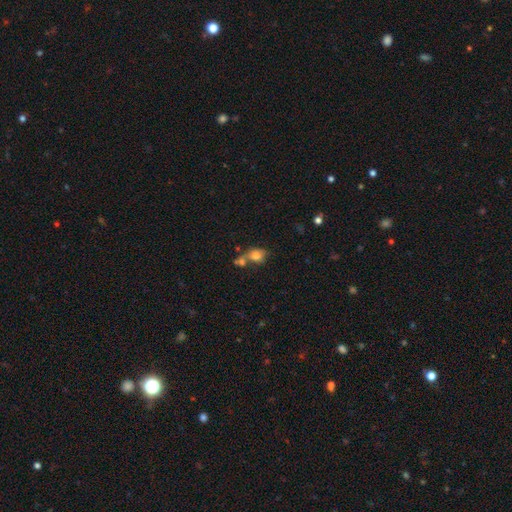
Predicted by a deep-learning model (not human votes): A smooth galaxy with no disk features (77%) that is round (52%). Merging: merger (44%).